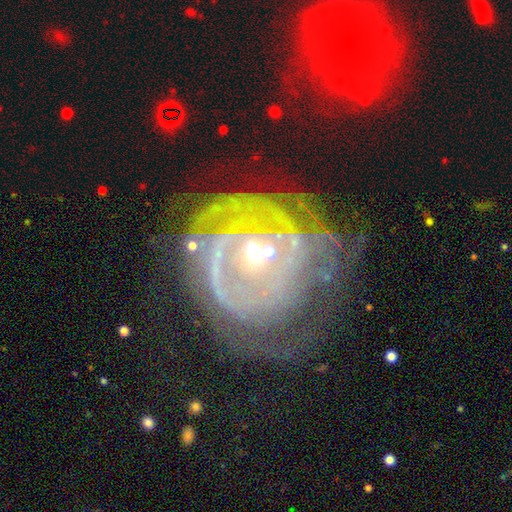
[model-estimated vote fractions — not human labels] A featured or disk galaxy (80%) with no bar (66%), tight (59%) spiral arms (78%) and a small central bulge (56%). Merging: none (40%).